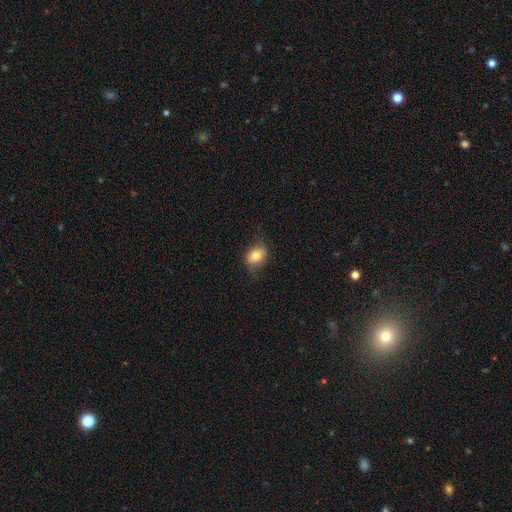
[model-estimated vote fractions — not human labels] The model was most divided on "how rounded": in between: 65%, round: 34%, cigar-shaped: 1%. More confident: smooth or featured — smooth (81%); merging — none (75%).